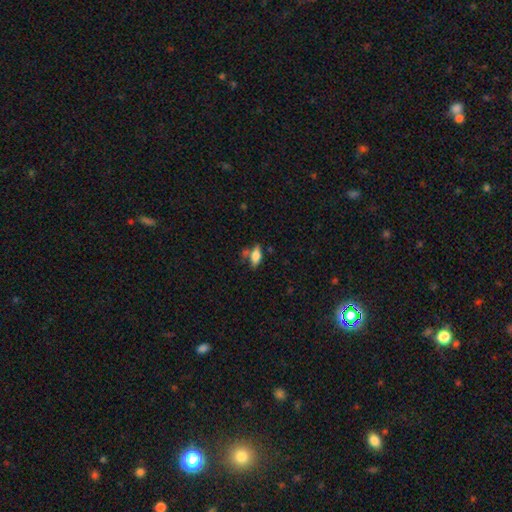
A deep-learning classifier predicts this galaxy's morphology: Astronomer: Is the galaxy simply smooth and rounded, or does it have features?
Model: smooth — 66%.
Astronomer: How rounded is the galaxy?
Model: in between — 78%.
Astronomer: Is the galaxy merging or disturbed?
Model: none — 58%.